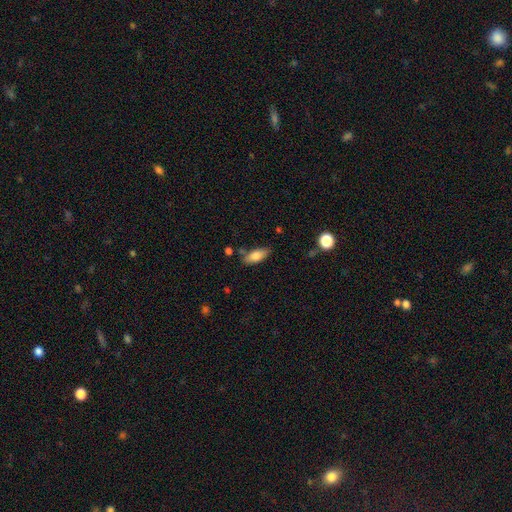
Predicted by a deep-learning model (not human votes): smooth_or_featured: smooth (p=0.80) [alt: featured or disk p=0.13]
how_rounded: in between (p=0.83) [alt: cigar-shaped p=0.15]
merging: none (p=0.71) [alt: minor disturbance p=0.19]